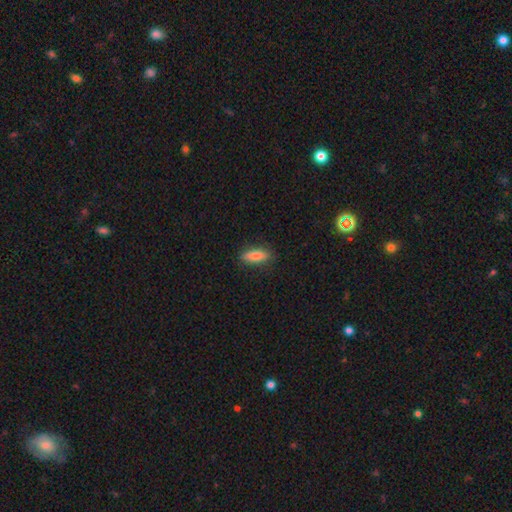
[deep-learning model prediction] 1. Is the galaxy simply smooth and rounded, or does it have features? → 80% smooth, 13% featured or disk, 7% star or artifact.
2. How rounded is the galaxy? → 58% in between, 40% cigar-shaped, 3% round.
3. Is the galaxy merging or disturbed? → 85% none, 11% minor disturbance, 2% major disturbance, 1% merger.